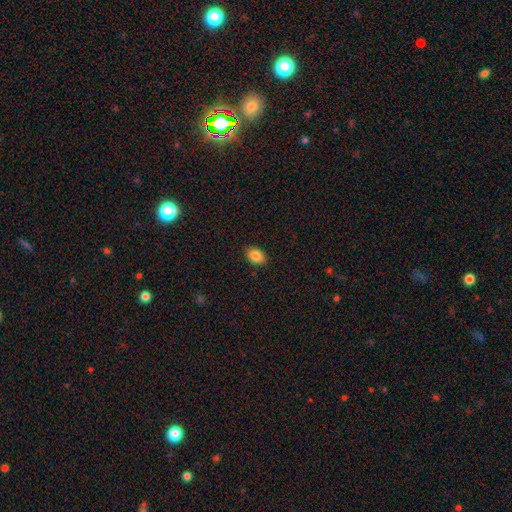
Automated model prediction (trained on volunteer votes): Morphology: type=smooth (86%); roundness=in between (76%); merging=none (88%).